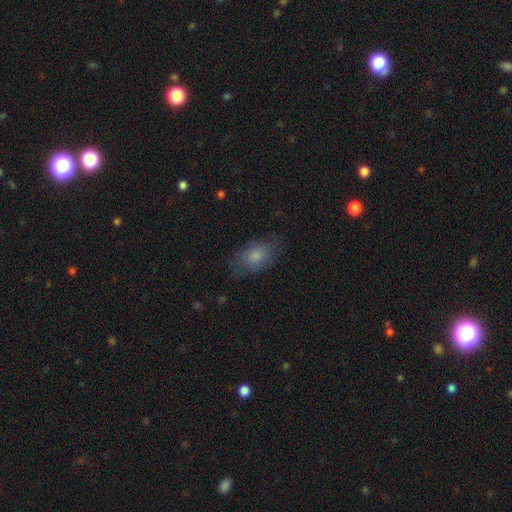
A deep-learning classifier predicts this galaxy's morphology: Smooth or featured? smooth (79%)
How rounded? in between (85%)
Merging? none (72%)